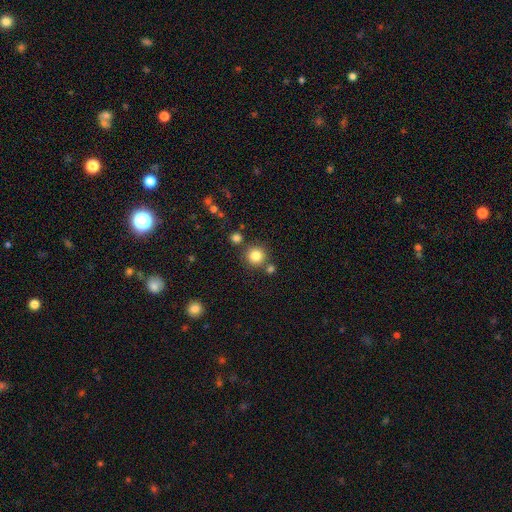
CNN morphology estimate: Q: Smooth or featured?
A: smooth (83%); runner-up: star or artifact (11%)
Q: How rounded?
A: round (93%); runner-up: in between (6%)
Q: Merging?
A: none (77%); runner-up: merger (11%)